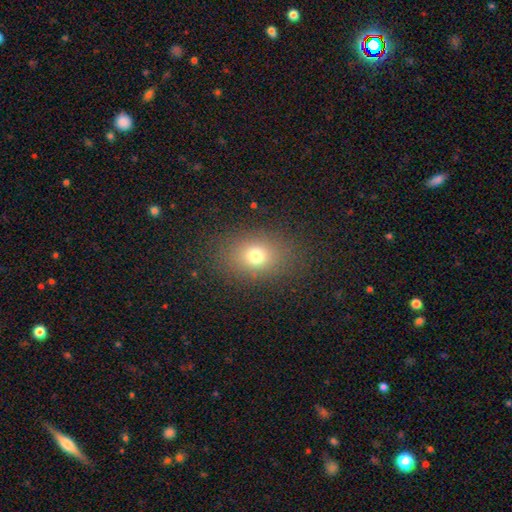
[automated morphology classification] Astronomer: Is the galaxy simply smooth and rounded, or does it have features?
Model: smooth — 74%.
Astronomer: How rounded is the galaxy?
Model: in between — 59% (runner-up: round, 40%).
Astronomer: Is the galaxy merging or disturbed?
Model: none — 84%.